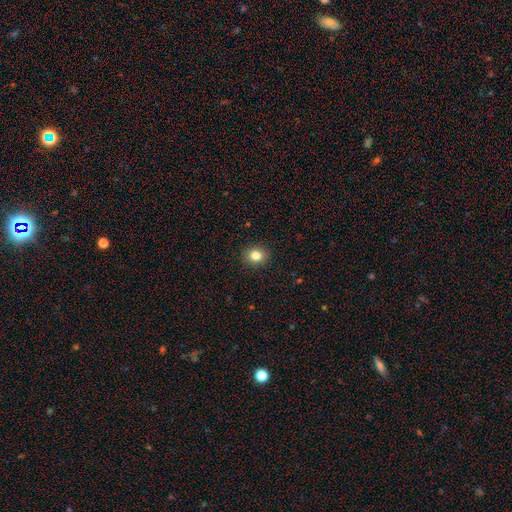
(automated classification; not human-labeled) This appears to be a smooth galaxy with no disk features (83%) that is round (71%). Merging: none (91%).